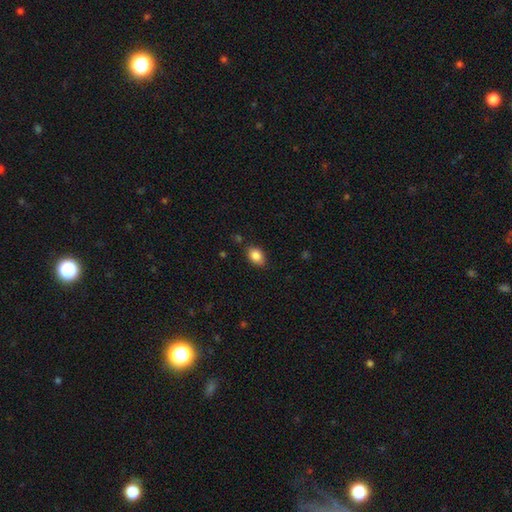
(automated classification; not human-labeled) Q: Smooth or featured?
A: smooth (86%); runner-up: star or artifact (8%)
Q: How rounded?
A: in between (81%); runner-up: round (18%)
Q: Merging?
A: none (82%); runner-up: minor disturbance (13%)